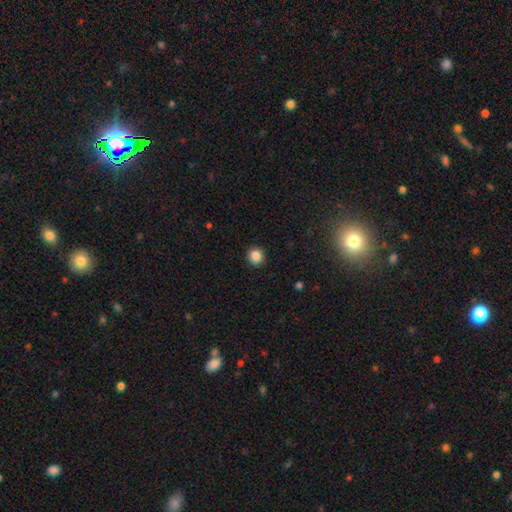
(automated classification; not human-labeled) Morphology: type=smooth (86%); roundness=round (91%); merging=none (92%).